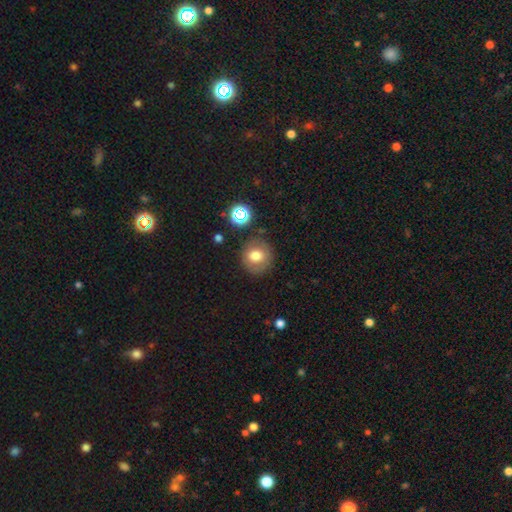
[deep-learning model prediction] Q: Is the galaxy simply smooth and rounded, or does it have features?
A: smooth — 72%.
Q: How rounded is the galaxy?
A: round — 89%.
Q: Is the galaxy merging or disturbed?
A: none — 83%.